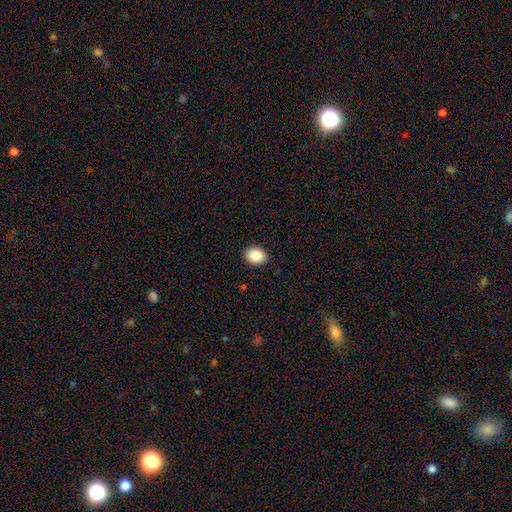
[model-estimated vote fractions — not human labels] Smooth or featured? smooth (86%)
How rounded? in between (60%)
Merging? none (90%)